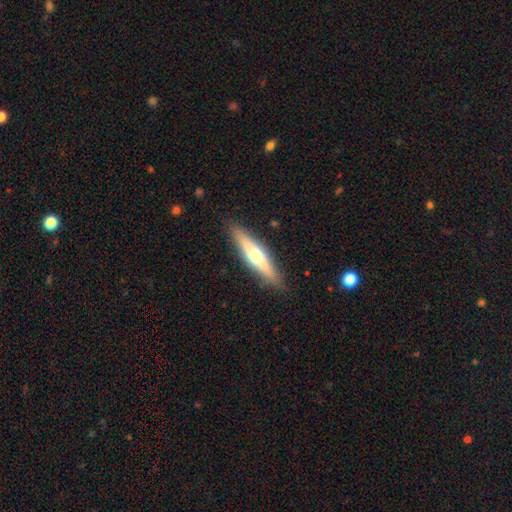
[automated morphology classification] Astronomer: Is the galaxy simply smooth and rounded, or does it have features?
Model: featured or disk — 53% (runner-up: smooth, 41%).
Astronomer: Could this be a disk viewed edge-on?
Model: yes — 92%.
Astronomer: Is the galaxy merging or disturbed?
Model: none — 89%.